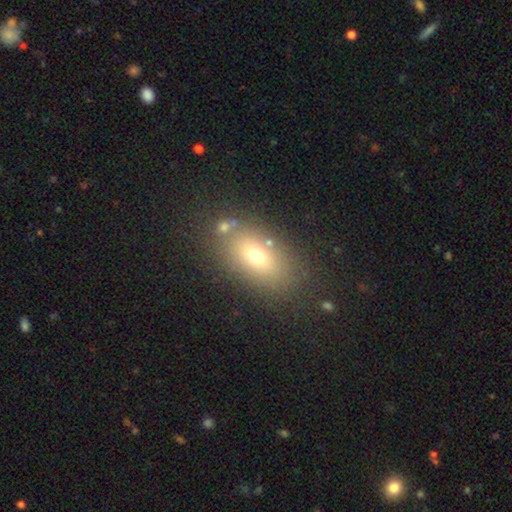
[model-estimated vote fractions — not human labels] Smooth or featured?
  - smooth: 66% *
  - featured or disk: 19%
  - star or artifact: 14%
How rounded?
  - in between: 81% *
  - round: 15%
  - cigar-shaped: 4%
Merging?
  - none: 73% *
  - minor disturbance: 12%
  - merger: 9%
  - major disturbance: 5%